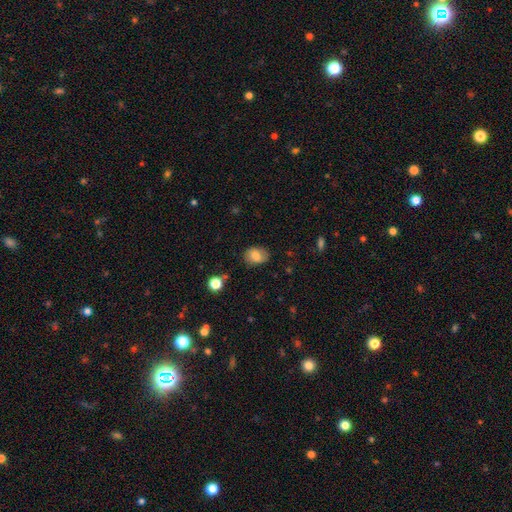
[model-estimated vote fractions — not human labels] Smooth or featured? Predicted: smooth (p=0.78). How rounded? Predicted: in between (p=0.68). Merging? Predicted: none (p=0.77).